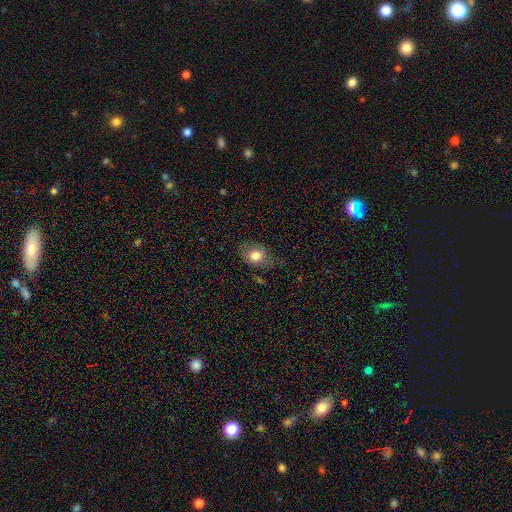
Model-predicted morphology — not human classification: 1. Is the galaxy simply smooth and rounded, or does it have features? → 76% smooth, 15% featured or disk, 9% star or artifact.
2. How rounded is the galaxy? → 64% in between, 34% round, 1% cigar-shaped.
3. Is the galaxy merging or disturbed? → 61% none, 27% minor disturbance, 10% major disturbance, 2% merger.